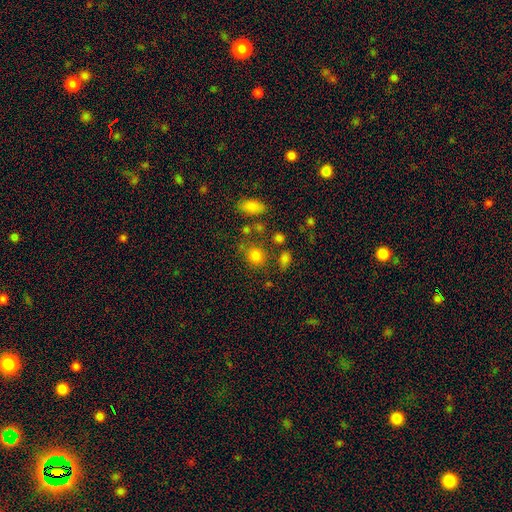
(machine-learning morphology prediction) This appears to be a smooth galaxy with no disk features (79%) that is round (74%). Merging: none (66%).